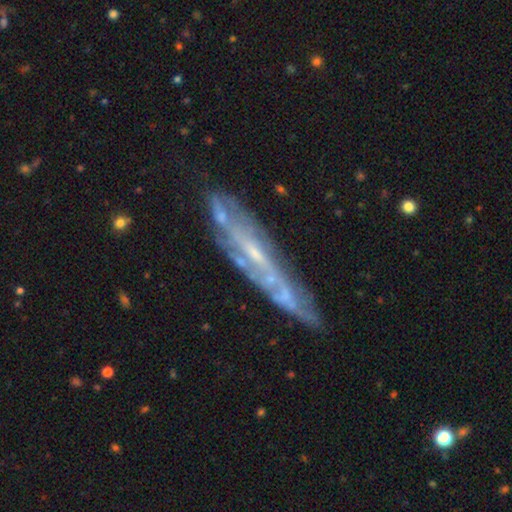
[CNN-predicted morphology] The model was most divided on "edge-on disk": no: 52%, yes: 48%. More confident: smooth or featured — featured or disk (76%); merging — none (71%).